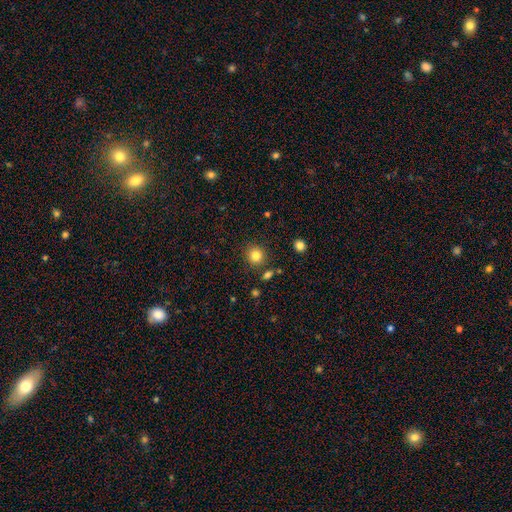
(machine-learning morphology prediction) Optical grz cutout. It shows a smooth galaxy with no disk features (83%) that is round (90%). Merging: none (86%).